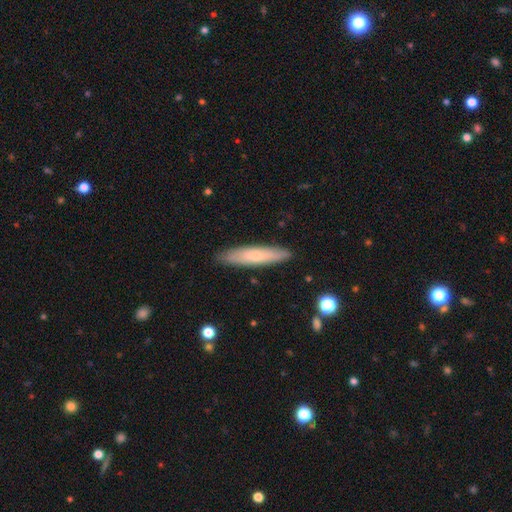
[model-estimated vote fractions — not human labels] smooth 63%, featured or disk 31%, star or artifact 6%. Down the decision tree: how rounded — cigar-shaped (83%); merging — none (88%).